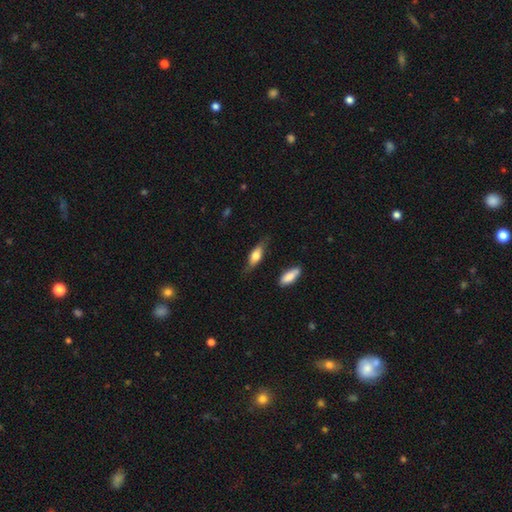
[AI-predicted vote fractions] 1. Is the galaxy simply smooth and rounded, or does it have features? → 67% smooth, 27% featured or disk, 6% star or artifact.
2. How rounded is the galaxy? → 67% in between, 30% cigar-shaped, 3% round.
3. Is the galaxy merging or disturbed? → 69% none, 23% minor disturbance, 5% major disturbance, 2% merger.